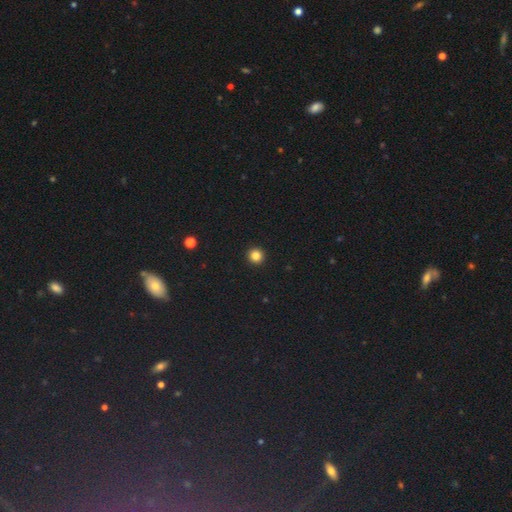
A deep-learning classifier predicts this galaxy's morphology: Overall: smooth (84%). How rounded: round (96%). Merging: none (94%).